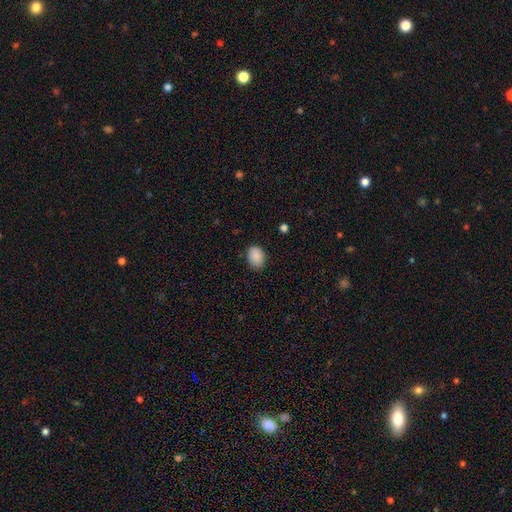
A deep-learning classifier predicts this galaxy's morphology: Smooth or featured: smooth — 89% (star or artifact — 7%)
How rounded: in between — 69% (round — 30%)
Merging: none — 82% (minor disturbance — 14%)